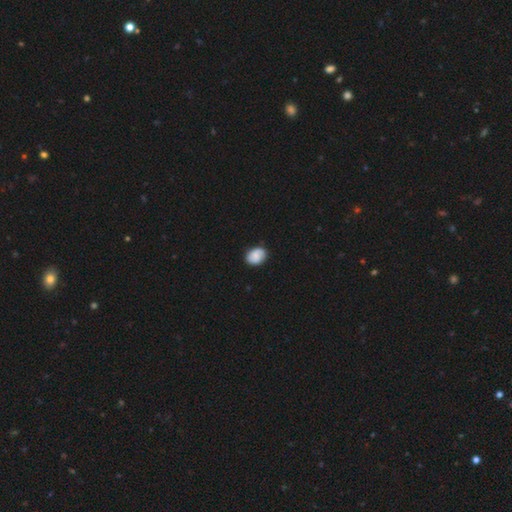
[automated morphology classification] A smooth galaxy with no disk features (73%) that is in between round and cigar-shaped (63%). Merging: none (81%).